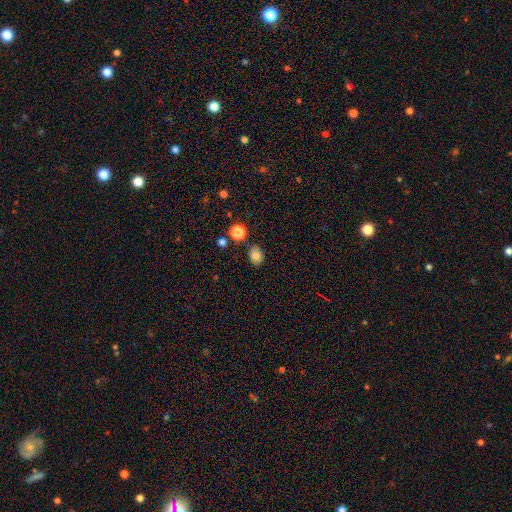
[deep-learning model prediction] Smooth or featured? Predicted: smooth (p=0.79). How rounded? Predicted: round (p=0.50). Merging? Predicted: none (p=0.81).